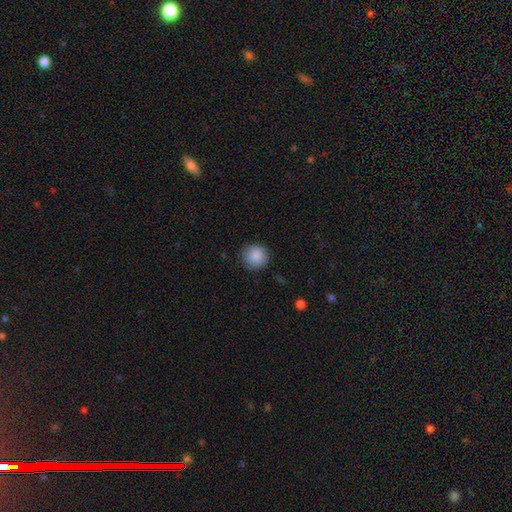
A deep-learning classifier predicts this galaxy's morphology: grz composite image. It shows a smooth galaxy with no disk features (88%) that is round (93%). Merging: none (87%).